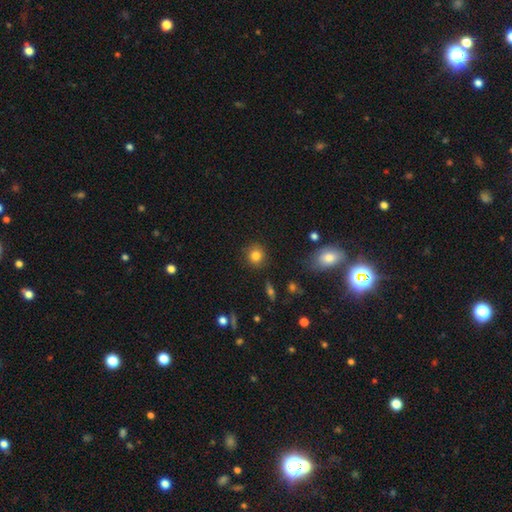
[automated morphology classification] A smooth galaxy with no disk features (82%) that is round (89%). Merging: none (87%).